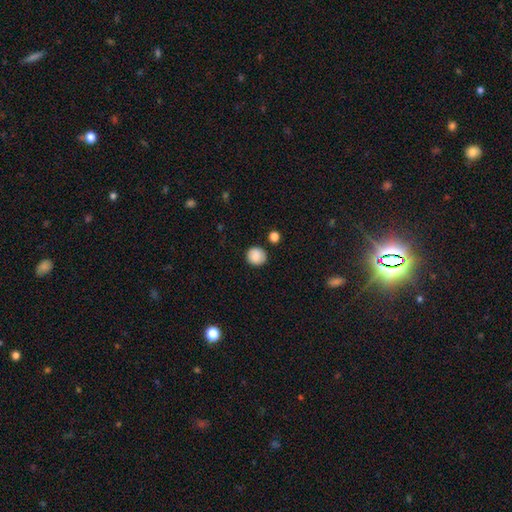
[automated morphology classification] Smooth or featured? smooth (87%)
How rounded? round (91%)
Merging? none (85%)